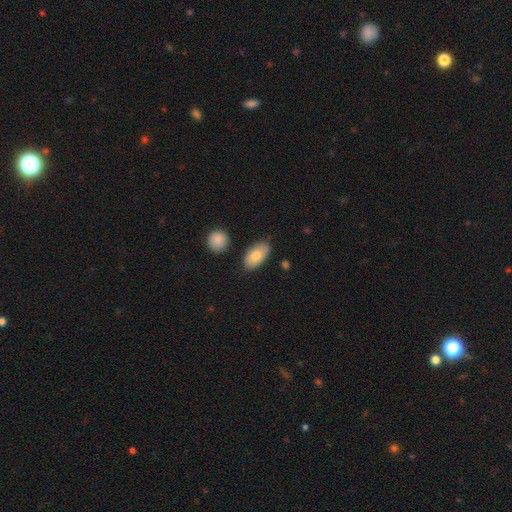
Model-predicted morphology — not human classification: Smooth or featured? Predicted: smooth (p=0.78). How rounded? Predicted: in between (p=0.93). Merging? Predicted: none (p=0.79).